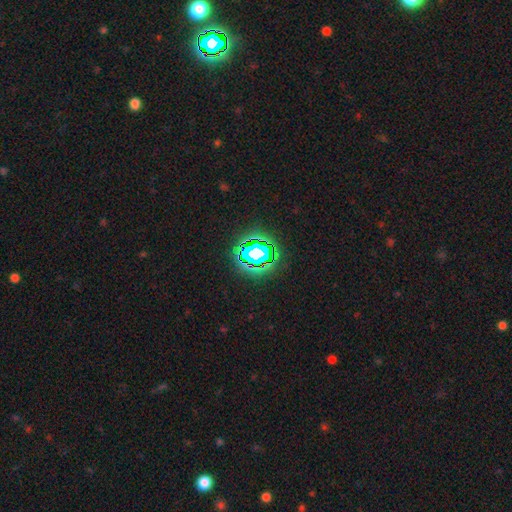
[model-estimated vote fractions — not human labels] Smooth or featured: star or artifact — 80% (smooth — 13%)